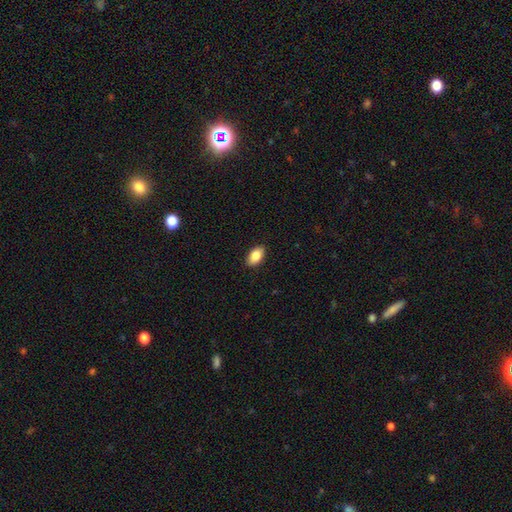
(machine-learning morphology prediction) This appears to be a smooth galaxy with no disk features (86%) that is in between round and cigar-shaped (93%). Merging: none (90%).